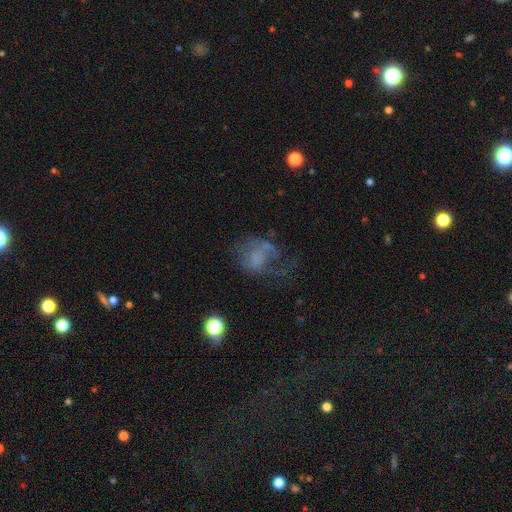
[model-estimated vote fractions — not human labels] Morphology: type=featured or disk (43%); merging=major disturbance (45%).